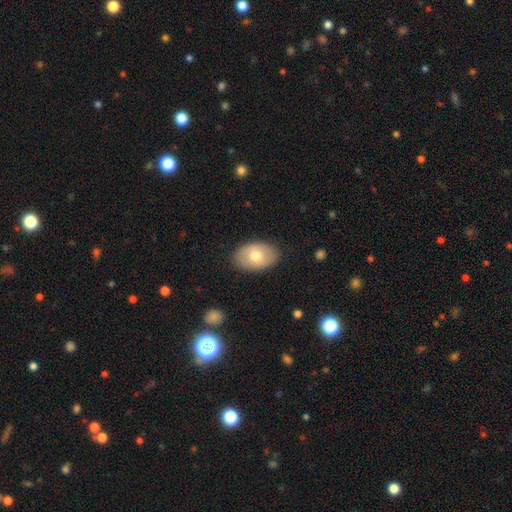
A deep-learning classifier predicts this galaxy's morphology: Smooth or featured? Predicted: smooth (p=0.70). How rounded? Predicted: in between (p=0.88). Merging? Predicted: none (p=0.87).